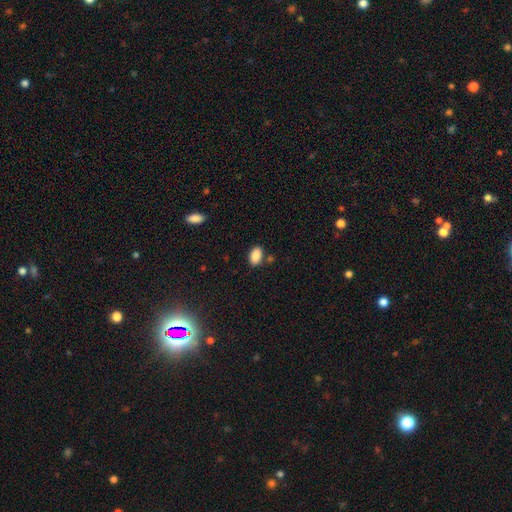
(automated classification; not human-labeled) A smooth galaxy with no disk features (88%) that is in between round and cigar-shaped (91%). Merging: none (81%).